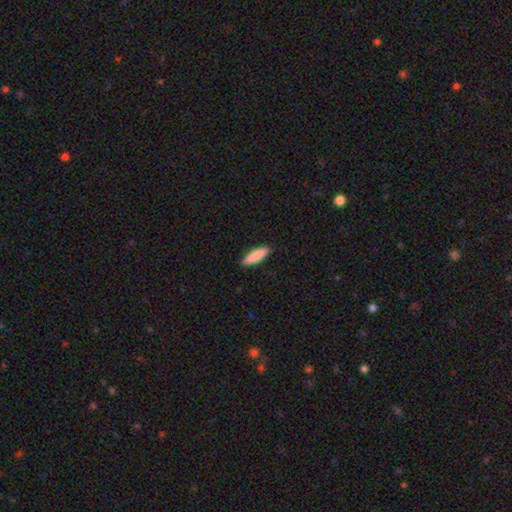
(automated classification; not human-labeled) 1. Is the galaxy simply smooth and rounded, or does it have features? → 86% smooth, 8% featured or disk, 5% star or artifact.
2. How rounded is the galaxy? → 65% cigar-shaped, 33% in between, 2% round.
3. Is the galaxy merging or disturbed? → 90% none, 8% minor disturbance, 2% major disturbance, 1% merger.